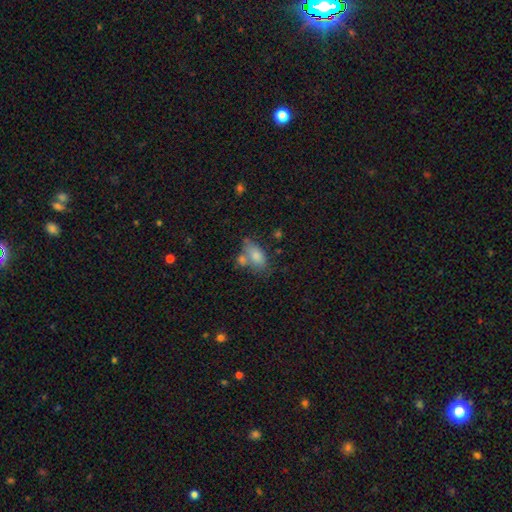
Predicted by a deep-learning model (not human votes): smooth 79%, featured or disk 13%, star or artifact 8%. Down the decision tree: how rounded — in between (88%); merging — none (45%).